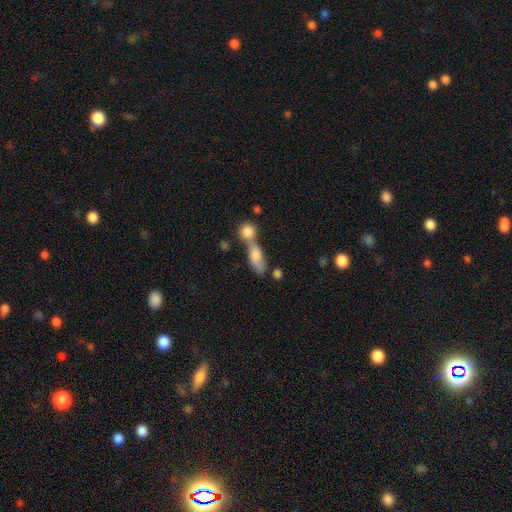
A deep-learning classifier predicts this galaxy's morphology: The model was most divided on "merging": merger: 53%, none: 30%, minor disturbance: 11%, major disturbance: 7%. More confident: smooth or featured — smooth (72%); how rounded — in between (61%).